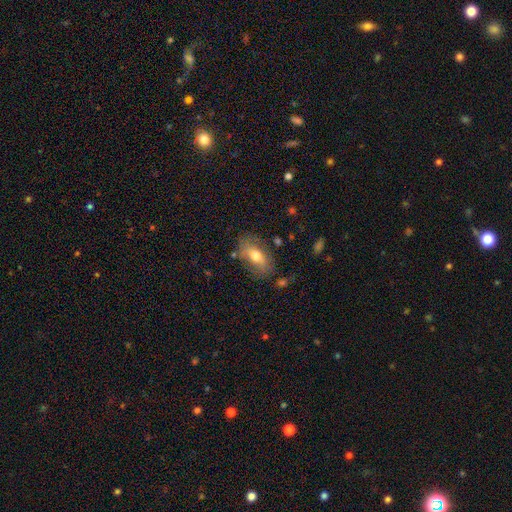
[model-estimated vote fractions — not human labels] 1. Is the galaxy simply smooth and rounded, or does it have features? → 61% smooth, 31% featured or disk, 7% star or artifact.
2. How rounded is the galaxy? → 87% in between, 7% round, 6% cigar-shaped.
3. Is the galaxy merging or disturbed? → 71% none, 19% minor disturbance, 7% major disturbance, 4% merger.